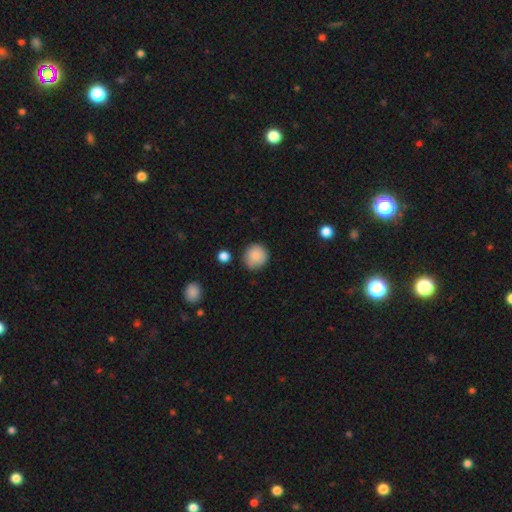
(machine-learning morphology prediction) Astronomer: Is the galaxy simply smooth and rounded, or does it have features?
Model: smooth — 86%.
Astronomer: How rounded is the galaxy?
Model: round — 91%.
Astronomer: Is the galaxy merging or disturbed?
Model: none — 83%.